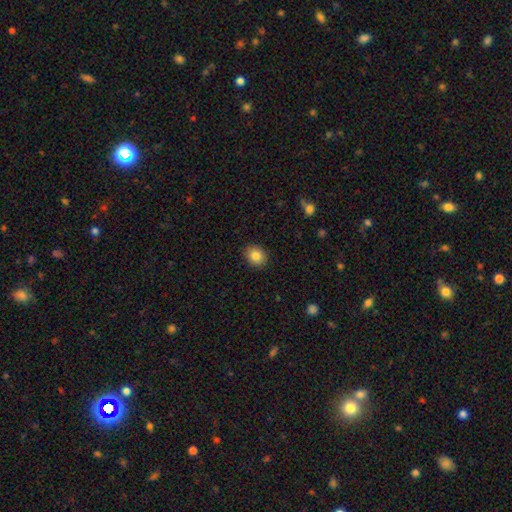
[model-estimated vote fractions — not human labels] A smooth galaxy with no disk features (83%) that is round (62%). Merging: none (90%).